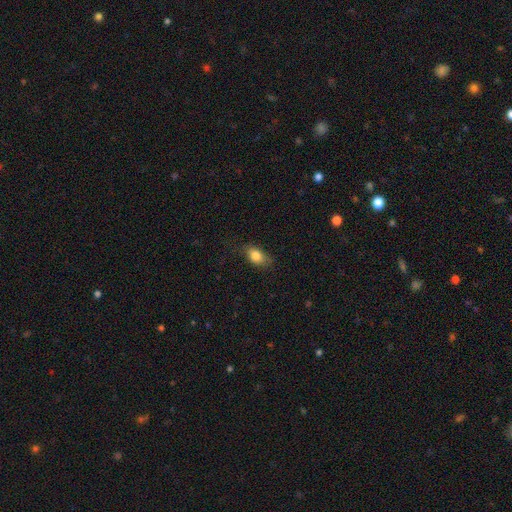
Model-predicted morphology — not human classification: A smooth galaxy with no disk features (82%) that is in between round and cigar-shaped (83%). Merging: none (74%).